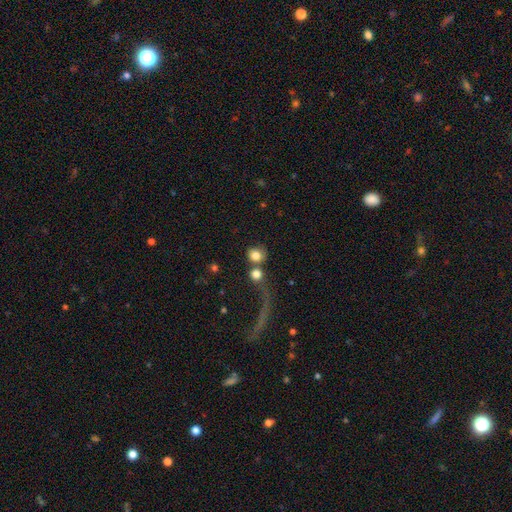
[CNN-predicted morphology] This appears to be a smooth galaxy with no disk features (79%) that is round (86%). Merging: none (56%).